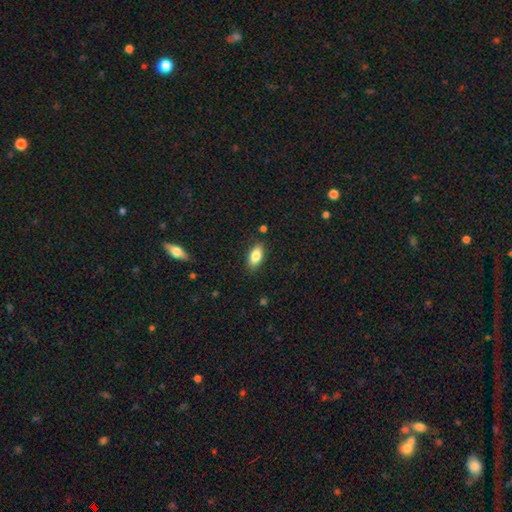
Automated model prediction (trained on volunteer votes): The model was most divided on "smooth or featured": smooth: 82%, featured or disk: 11%, star or artifact: 7%. More confident: how rounded — in between (87%); merging — none (85%).